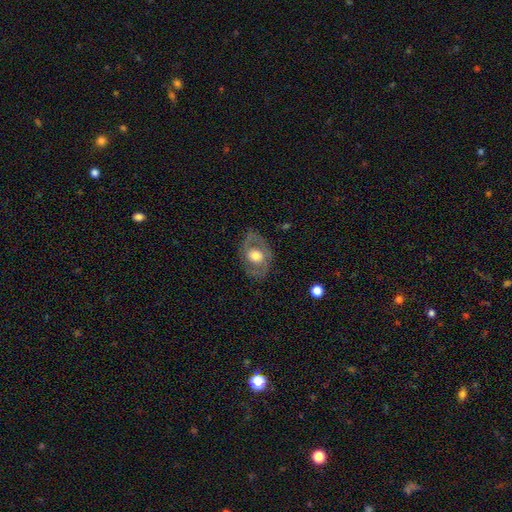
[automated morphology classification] This is possibly a featured or disk galaxy (54%). It is clearly not viewed edge-on (93%). Bar: likely no (75%). Spiral arm pattern: likely no (62%). Central bulge: possibly moderate (58%). Merging: likely none (72%).